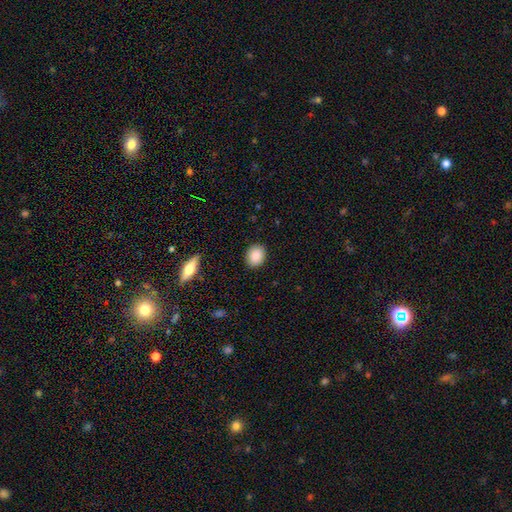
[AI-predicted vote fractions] Overall: smooth (88%). How rounded: in between (50%; round 49%). Merging: none (89%).